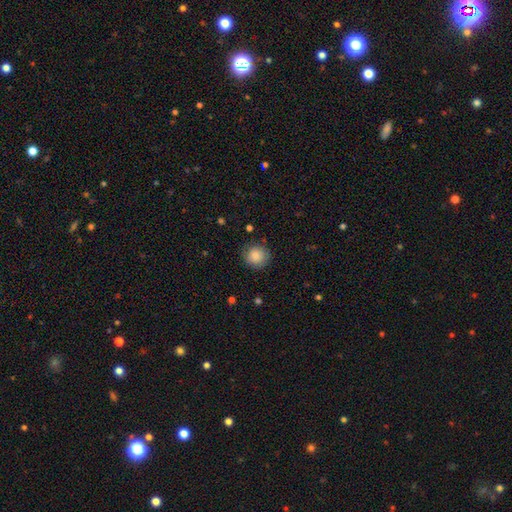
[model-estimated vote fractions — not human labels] Overall: smooth (82%). How rounded: round (91%). Merging: none (82%).